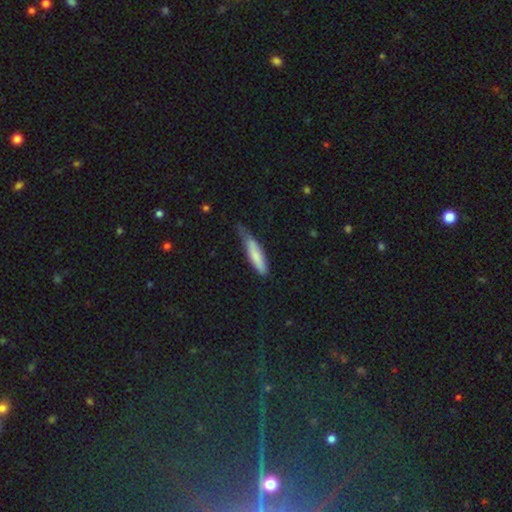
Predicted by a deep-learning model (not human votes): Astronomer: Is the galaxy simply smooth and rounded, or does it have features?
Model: smooth — 76%.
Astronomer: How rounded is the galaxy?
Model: cigar-shaped — 75%.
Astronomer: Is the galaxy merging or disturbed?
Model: minor disturbance — 44% (runner-up: none, 39%).